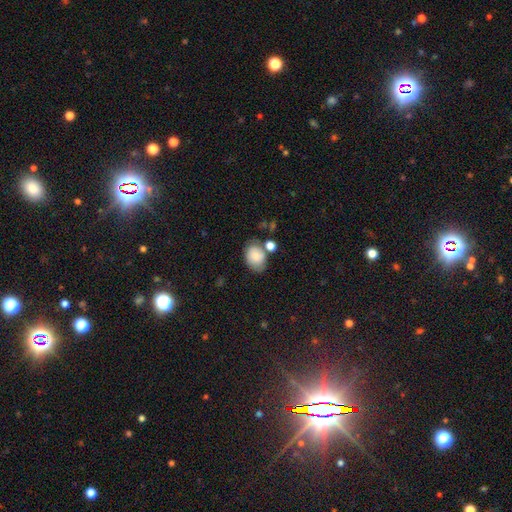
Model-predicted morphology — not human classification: Smooth or featured? Predicted: smooth (p=0.78). How rounded? Predicted: in between (p=0.71). Merging? Predicted: none (p=0.56).